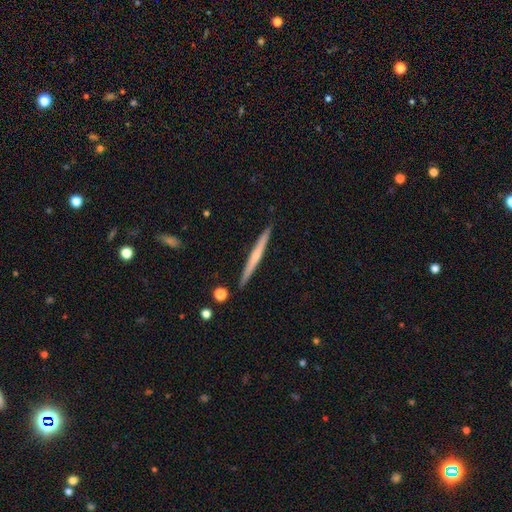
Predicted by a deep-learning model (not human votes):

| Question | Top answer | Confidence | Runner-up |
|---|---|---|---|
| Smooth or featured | featured or disk | 56% | smooth (38%) |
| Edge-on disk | yes | 98% | no (2%) |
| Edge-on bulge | none | 56% | rounded (38%) |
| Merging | none | 91% | minor disturbance (6%) |